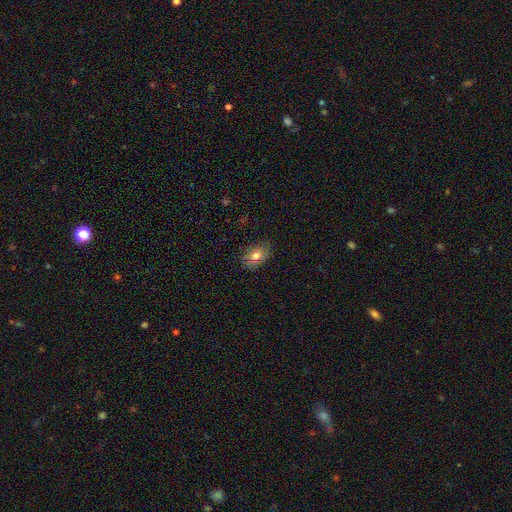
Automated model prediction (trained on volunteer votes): Smooth or featured: smooth — 76% (featured or disk — 14%)
How rounded: in between — 79% (round — 20%)
Merging: none — 82% (minor disturbance — 14%)